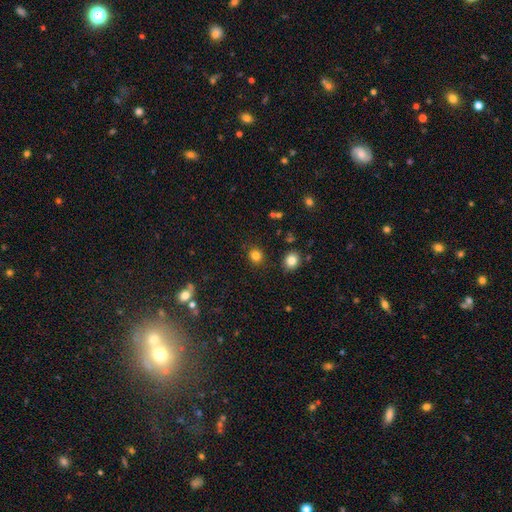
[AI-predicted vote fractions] A smooth galaxy with no disk features (82%) that is round (85%). Merging: none (88%).